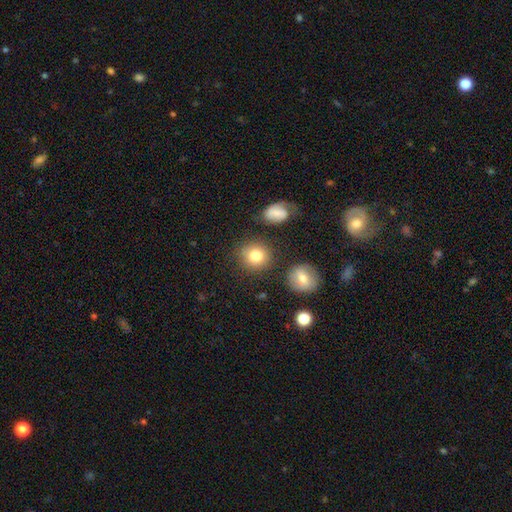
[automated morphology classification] This appears to be a smooth galaxy with no disk features (80%) that is round (88%). Merging: none (80%).